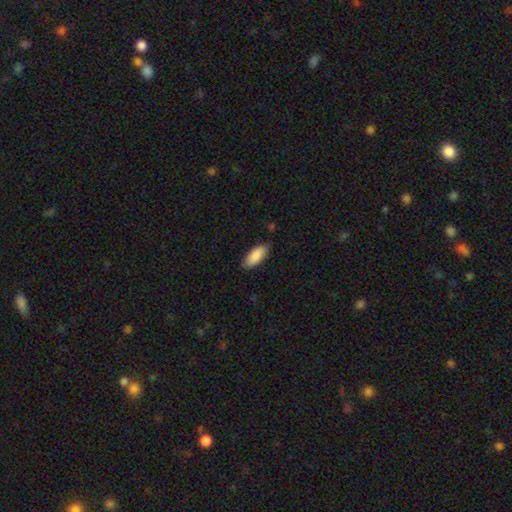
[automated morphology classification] Smooth or featured: smooth — 89% (featured or disk — 6%)
How rounded: in between — 83% (cigar-shaped — 16%)
Merging: none — 82% (minor disturbance — 14%)